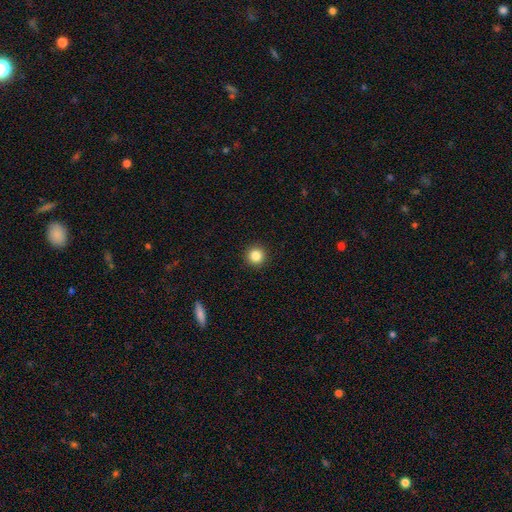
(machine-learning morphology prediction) smooth-or-featured: smooth: 85% | star or artifact: 11% | featured or disk: 4%
  how-rounded: round: 95% | in between: 4% | cigar-shaped: 1%
  merging: none: 93% | minor disturbance: 5% | major disturbance: 2% | merger: 1%